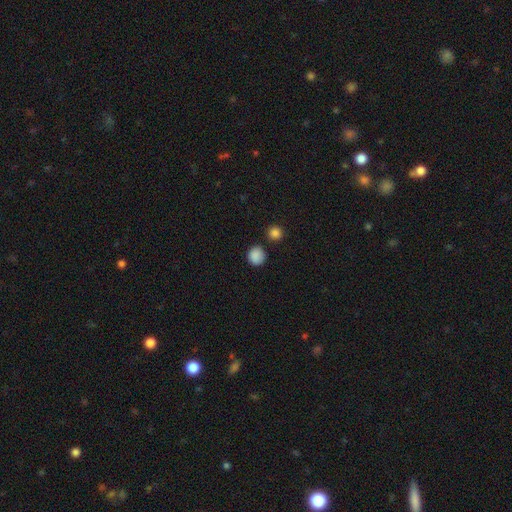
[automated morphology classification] smooth_or_featured: smooth (p=0.87) [alt: star or artifact p=0.10]
how_rounded: round (p=0.89) [alt: in between p=0.10]
merging: none (p=0.81) [alt: minor disturbance p=0.10]